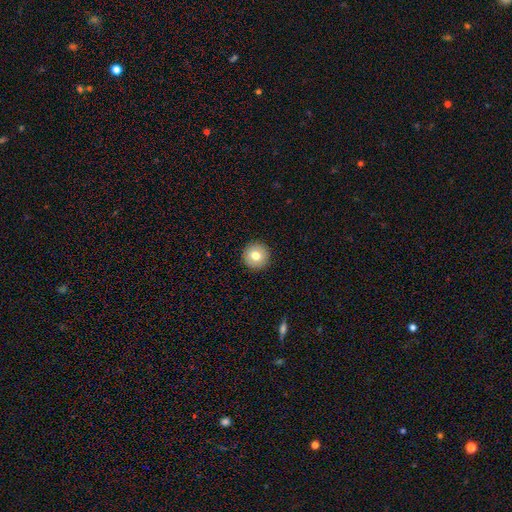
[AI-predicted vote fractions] Smooth or featured? smooth (78%)
How rounded? round (96%)
Merging? none (93%)